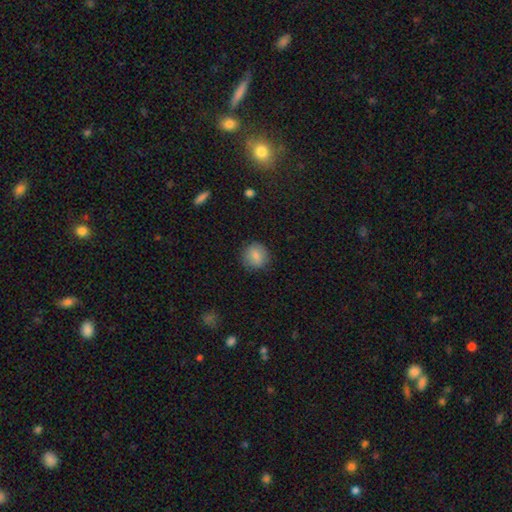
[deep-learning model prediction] This is clearly a smooth galaxy (84%). How rounded: clearly round (88%). Merging: clearly none (85%).